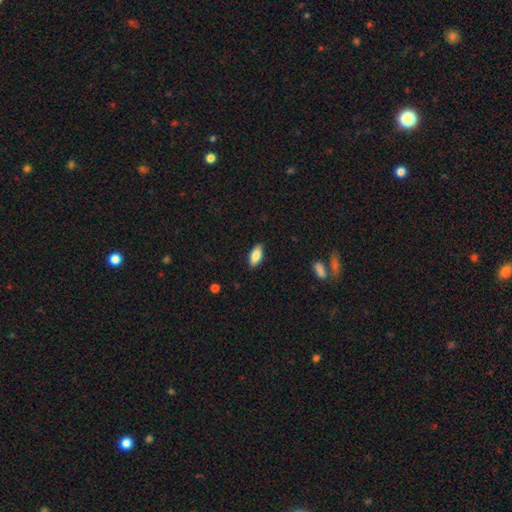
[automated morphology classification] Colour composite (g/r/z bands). It shows a smooth galaxy with no disk features (85%) that is in between round and cigar-shaped (88%). Merging: none (88%).